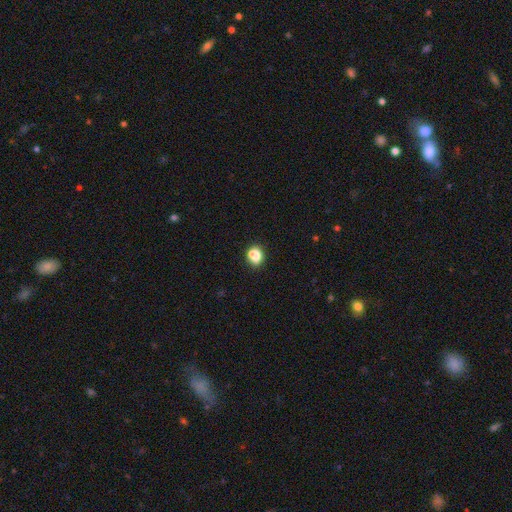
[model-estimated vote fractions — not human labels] Overall: smooth (78%). How rounded: round (51%; in between 47%). Merging: none (56%; merger 19%).